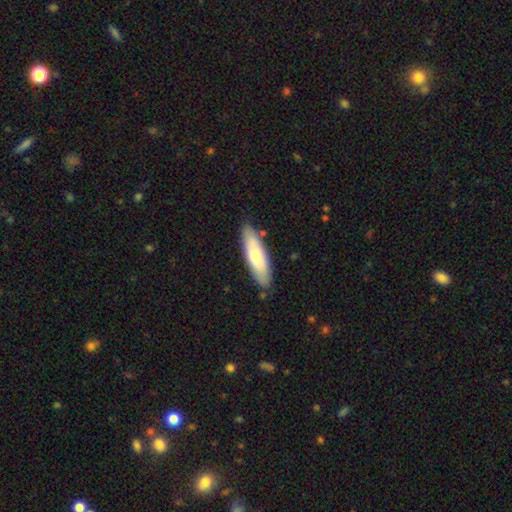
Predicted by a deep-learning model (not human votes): Smooth or featured: smooth — 71% (featured or disk — 24%)
How rounded: cigar-shaped — 56% (in between — 43%)
Merging: none — 82% (minor disturbance — 13%)